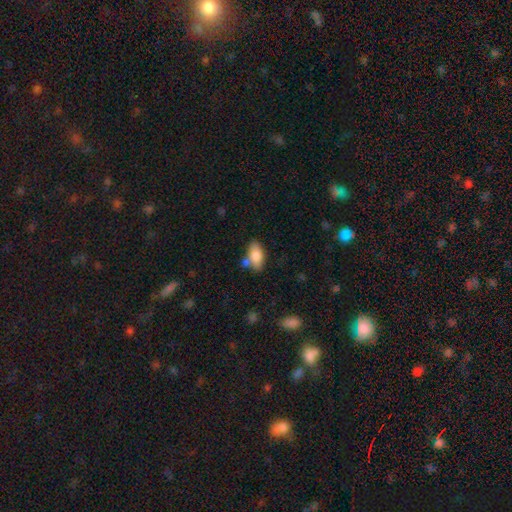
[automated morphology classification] A smooth galaxy with no disk features (80%) that is in between round and cigar-shaped (90%). Merging: none (64%).